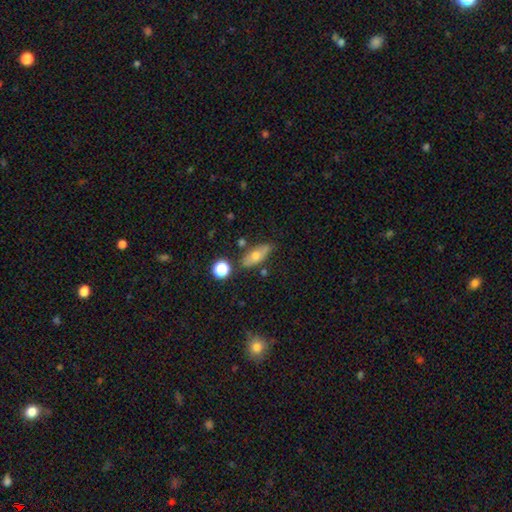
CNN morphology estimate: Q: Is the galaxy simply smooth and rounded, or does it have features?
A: smooth — 61%.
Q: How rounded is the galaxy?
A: in between — 69%.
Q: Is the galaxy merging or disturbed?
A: none — 76%.